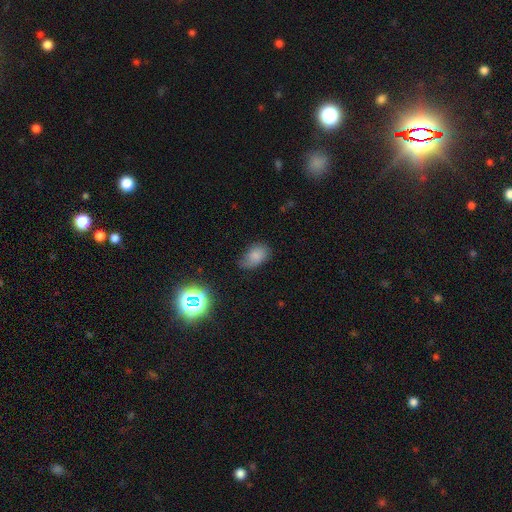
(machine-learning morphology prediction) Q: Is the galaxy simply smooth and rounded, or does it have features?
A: smooth — 74%.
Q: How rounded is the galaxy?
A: in between — 88%.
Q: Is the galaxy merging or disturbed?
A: none — 54%.